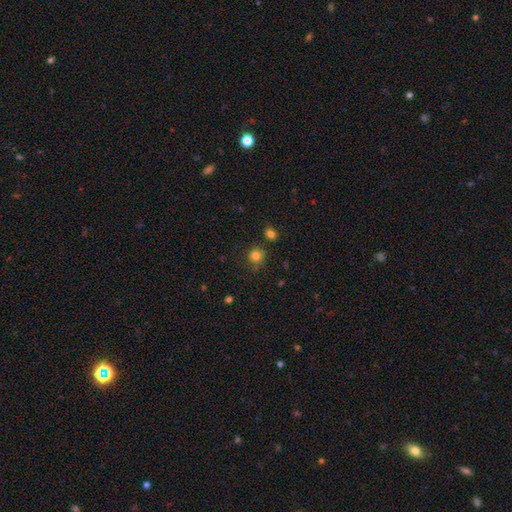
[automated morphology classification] Q: Smooth or featured?
A: smooth (81%); runner-up: star or artifact (13%)
Q: How rounded?
A: round (88%); runner-up: in between (11%)
Q: Merging?
A: none (73%); runner-up: minor disturbance (17%)